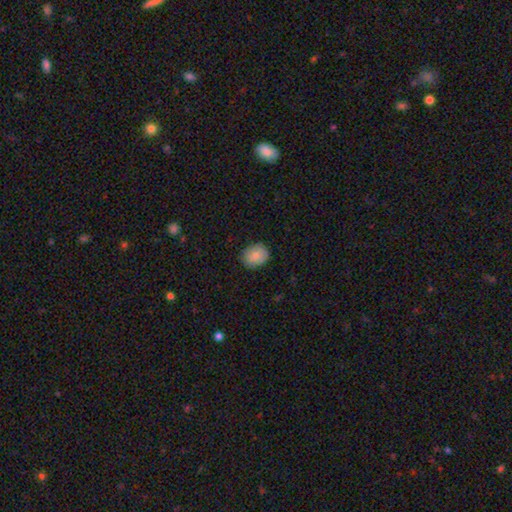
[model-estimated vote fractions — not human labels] smooth 87%, star or artifact 7%, featured or disk 6%. Down the decision tree: how rounded — round (51%); merging — none (84%).